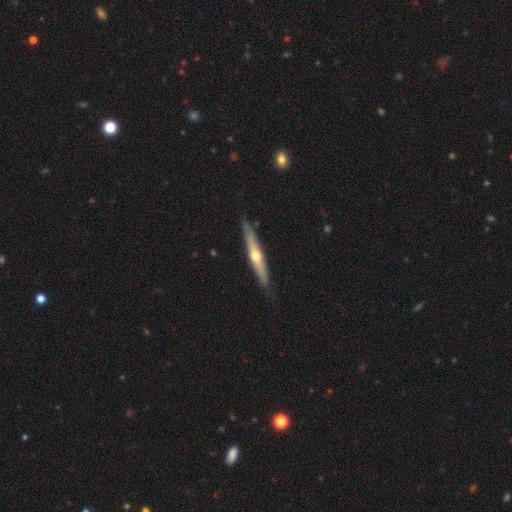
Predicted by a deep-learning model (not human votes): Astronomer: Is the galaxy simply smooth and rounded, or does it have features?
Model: featured or disk — 66%.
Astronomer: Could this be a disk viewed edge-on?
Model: yes — 94%.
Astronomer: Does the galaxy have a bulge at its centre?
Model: rounded — 86%.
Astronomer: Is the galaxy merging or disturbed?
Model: none — 86%.